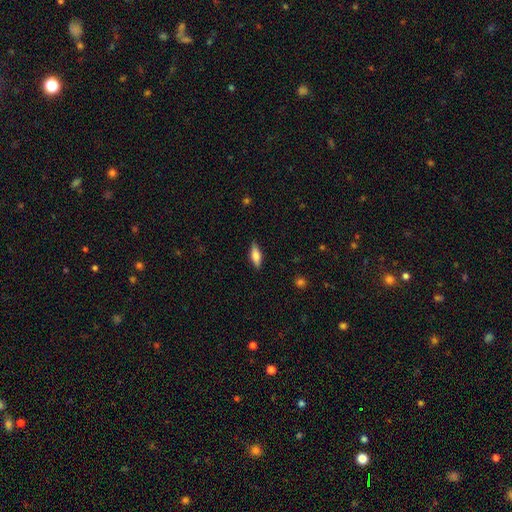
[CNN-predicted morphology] A smooth galaxy with no disk features (63%) that is in between round and cigar-shaped (60%).

Vote fractions:
- Smooth or featured? smooth: 63% / featured or disk: 30% / star or artifact: 7%
- How rounded? in between: 60% / cigar-shaped: 37% / round: 3%
- Merging? none: 87% / minor disturbance: 10% / major disturbance: 2% / merger: 1%